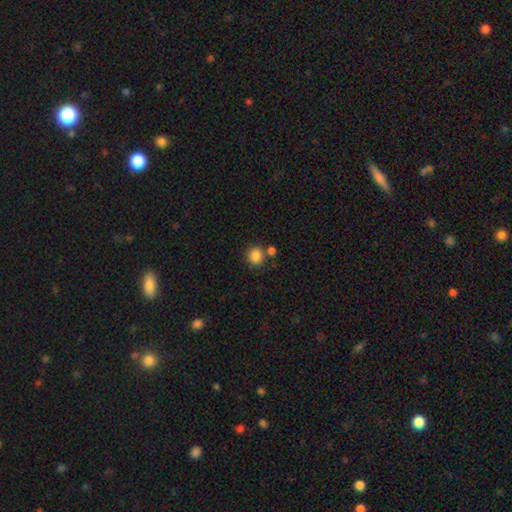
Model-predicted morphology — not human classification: A smooth galaxy with no disk features (86%) that is round (87%).

Vote fractions:
- Smooth or featured? smooth: 86% / star or artifact: 10% / featured or disk: 4%
- How rounded? round: 87% / in between: 12% / cigar-shaped: 1%
- Merging? none: 72% / merger: 15% / minor disturbance: 9% / major disturbance: 3%